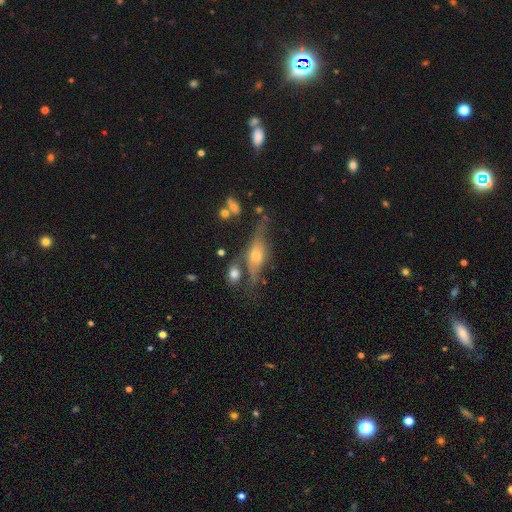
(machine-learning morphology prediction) The model was most divided on "merging": none: 61%, minor disturbance: 19%, merger: 10%, major disturbance: 9%. More confident: edge-on bulge — rounded (87%); edge-on disk — yes (87%); smooth or featured — featured or disk (68%).